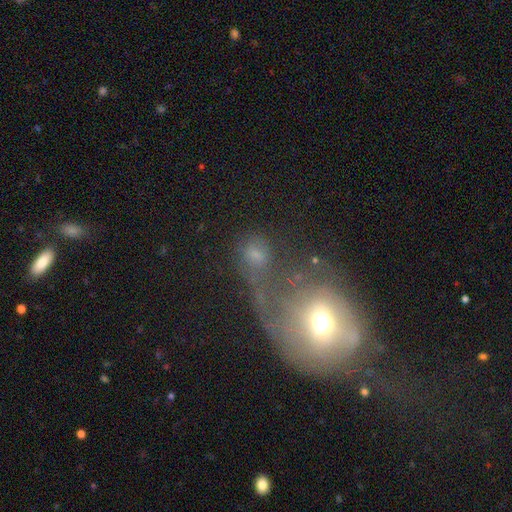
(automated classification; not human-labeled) A smooth galaxy with no disk features (48%). Merging: none (36%).